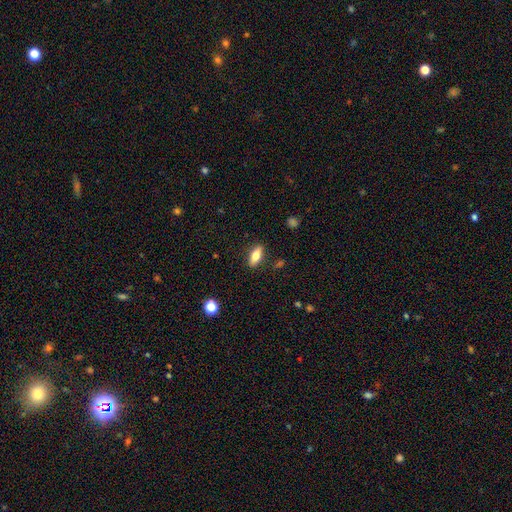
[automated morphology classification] Smooth or featured?
  - smooth: 71% *
  - featured or disk: 21%
  - star or artifact: 7%
How rounded?
  - in between: 76% *
  - cigar-shaped: 21%
  - round: 3%
Merging?
  - none: 87% *
  - minor disturbance: 9%
  - major disturbance: 2%
  - merger: 1%